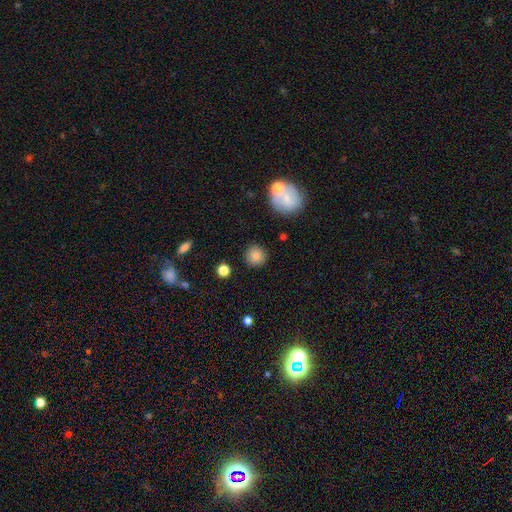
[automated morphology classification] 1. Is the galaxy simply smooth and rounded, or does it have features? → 83% smooth, 10% star or artifact, 7% featured or disk.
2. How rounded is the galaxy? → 93% round, 6% in between, 1% cigar-shaped.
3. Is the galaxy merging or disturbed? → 88% none, 7% minor disturbance, 2% merger, 2% major disturbance.